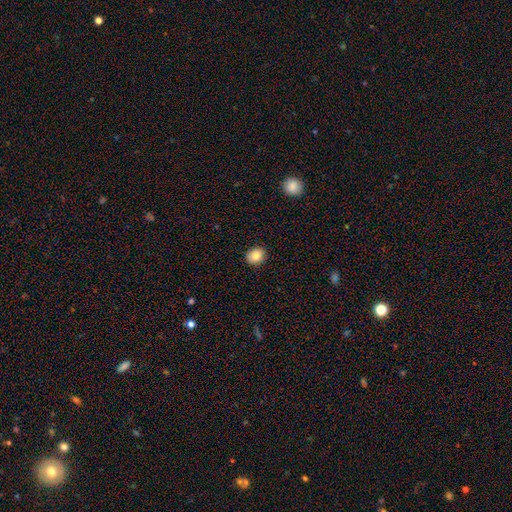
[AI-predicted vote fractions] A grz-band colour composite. It shows a smooth galaxy with no disk features (84%) that is round (67%). Merging: none (90%).